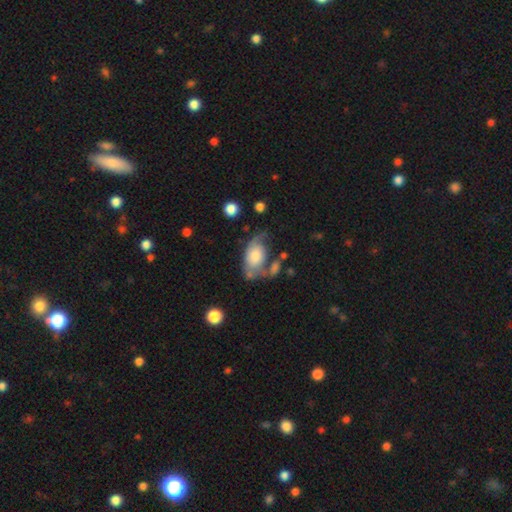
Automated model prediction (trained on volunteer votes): Smooth or featured? smooth (52%)
How rounded? in between (88%)
Merging? none (33%)